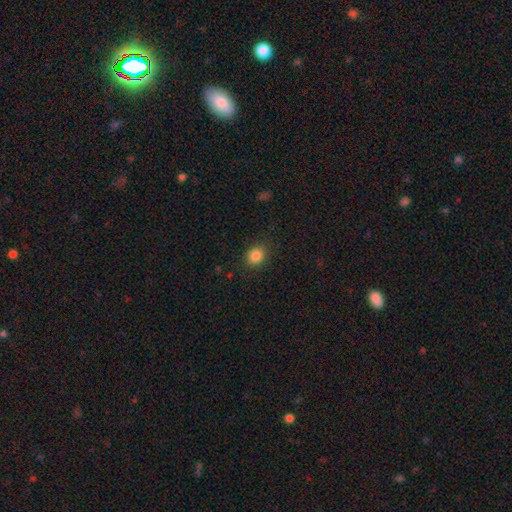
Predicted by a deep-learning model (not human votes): The model was most divided on "how rounded": round: 65%, in between: 34%, cigar-shaped: 1%. More confident: merging — none (86%); smooth or featured — smooth (85%).